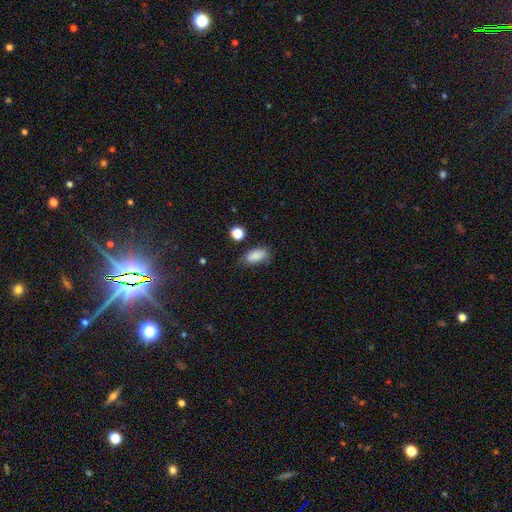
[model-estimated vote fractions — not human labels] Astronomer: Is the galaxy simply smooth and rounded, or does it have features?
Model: smooth — 86%.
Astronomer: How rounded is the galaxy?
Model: in between — 89%.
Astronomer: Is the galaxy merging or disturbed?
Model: none — 71%.